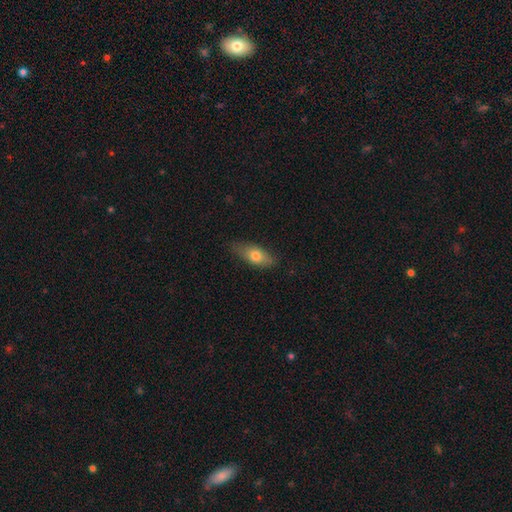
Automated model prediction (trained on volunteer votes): Overall: smooth (70%). How rounded: in between (74%). Merging: none (78%).